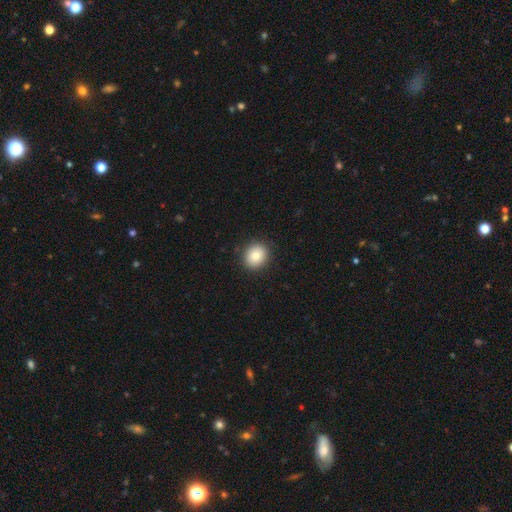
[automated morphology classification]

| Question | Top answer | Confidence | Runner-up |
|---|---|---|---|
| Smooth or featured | smooth | 85% | star or artifact (9%) |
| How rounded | round | 75% | in between (24%) |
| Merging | none | 91% | minor disturbance (7%) |